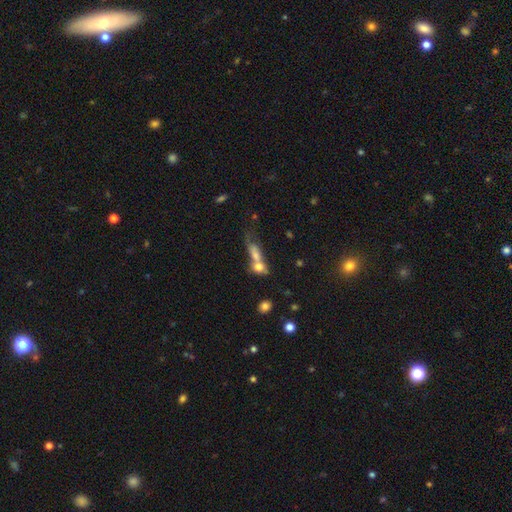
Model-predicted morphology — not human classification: Smooth or featured? smooth (66%)
How rounded? in between (56%)
Merging? merger (64%)